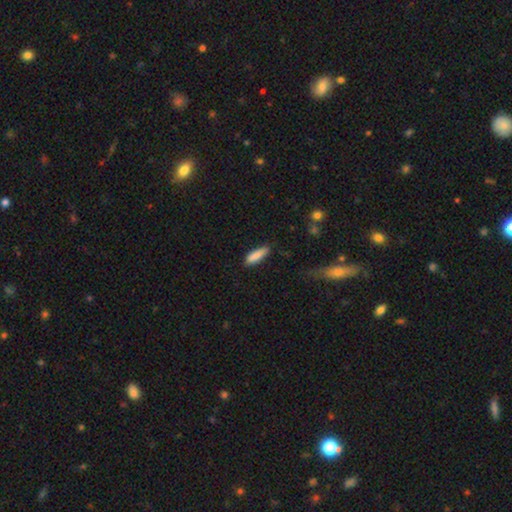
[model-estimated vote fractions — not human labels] smooth-or-featured: smooth: 86% | featured or disk: 8% | star or artifact: 6%
  how-rounded: cigar-shaped: 60% | in between: 39% | round: 2%
  merging: none: 81% | minor disturbance: 15% | major disturbance: 3% | merger: 2%